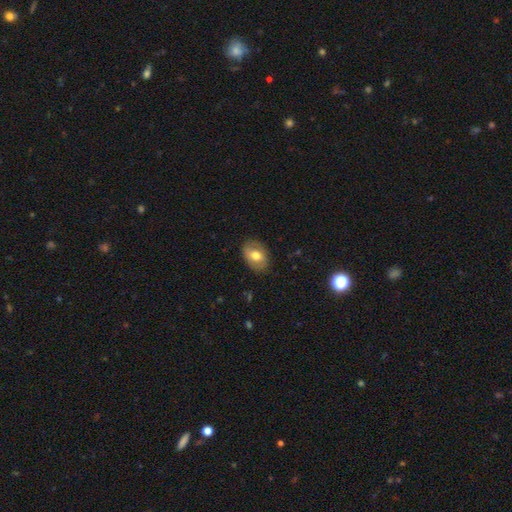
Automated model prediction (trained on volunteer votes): This appears to be a smooth galaxy with no disk features (59%) that is in between round and cigar-shaped (77%). Merging: none (81%).